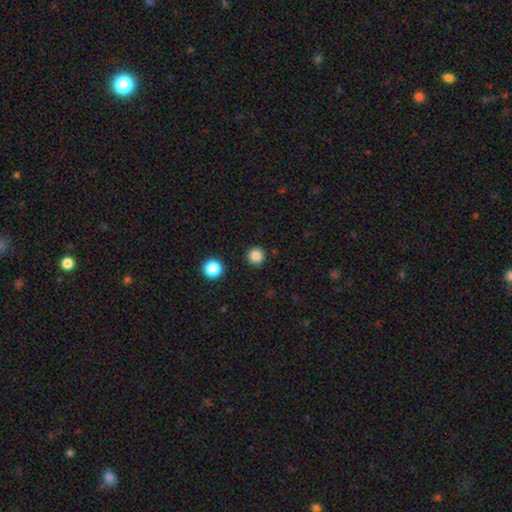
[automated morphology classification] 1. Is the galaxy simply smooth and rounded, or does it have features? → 84% smooth, 12% star or artifact, 4% featured or disk.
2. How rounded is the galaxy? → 96% round, 3% in between, 1% cigar-shaped.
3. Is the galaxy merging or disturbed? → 91% none, 5% minor disturbance, 2% major disturbance, 2% merger.